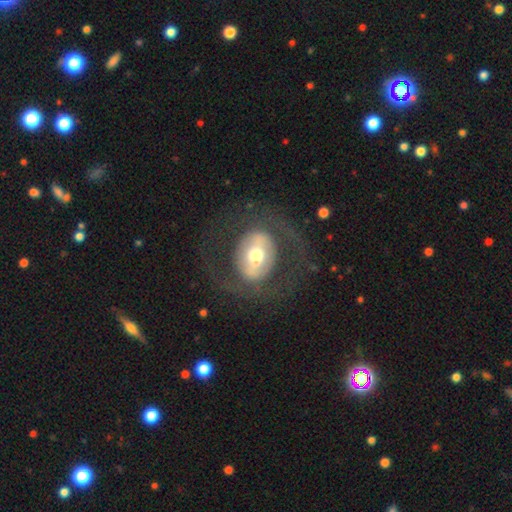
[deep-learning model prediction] A featured or disk galaxy (59%) with no bar (43%), no spiral arms (66%) and a moderate central bulge (62%). Merging: none (68%).